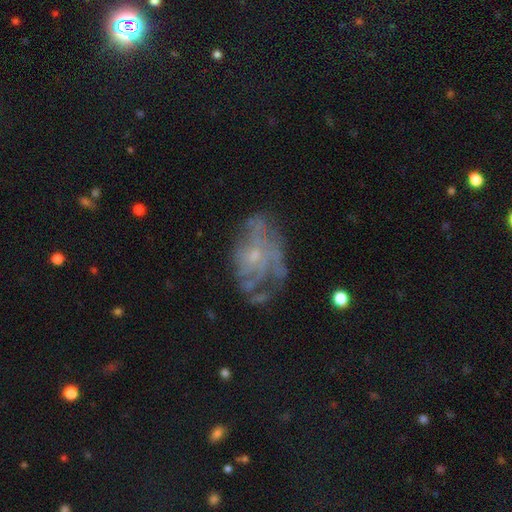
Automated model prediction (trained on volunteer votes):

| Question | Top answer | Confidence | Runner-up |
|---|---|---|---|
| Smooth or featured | featured or disk | 68% | smooth (20%) |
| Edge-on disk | no | 96% | yes (4%) |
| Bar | no | 82% | weak (16%) |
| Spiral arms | yes | 55% | no (45%) |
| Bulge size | small | 65% | moderate (20%) |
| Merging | none | 50% | minor disturbance (23%) |